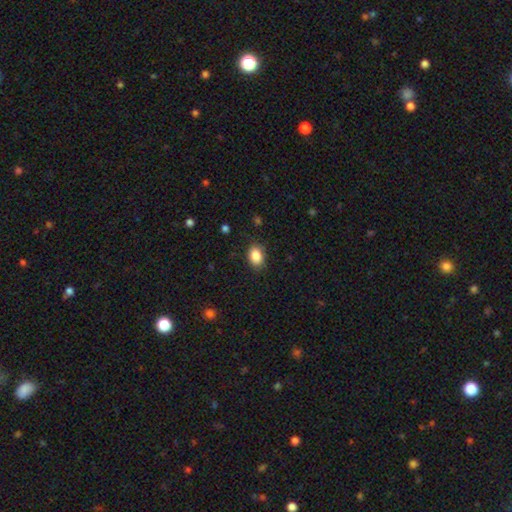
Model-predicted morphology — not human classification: smooth_or_featured: smooth (p=0.87) [alt: star or artifact p=0.08]
how_rounded: in between (p=0.79) [alt: round p=0.20]
merging: none (p=0.86) [alt: minor disturbance p=0.11]